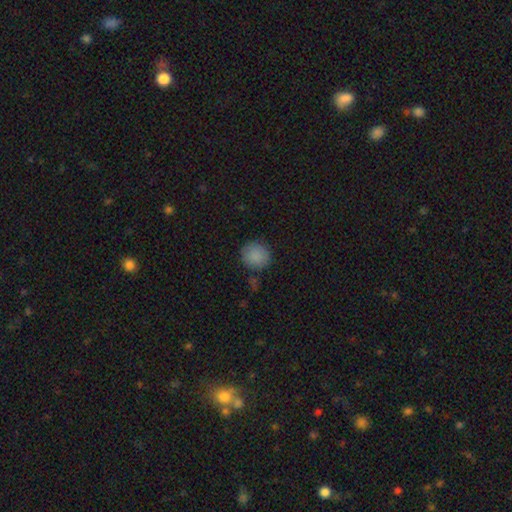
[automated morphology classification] Q: Smooth or featured?
A: smooth (87%); runner-up: star or artifact (8%)
Q: How rounded?
A: round (90%); runner-up: in between (9%)
Q: Merging?
A: none (84%); runner-up: minor disturbance (11%)